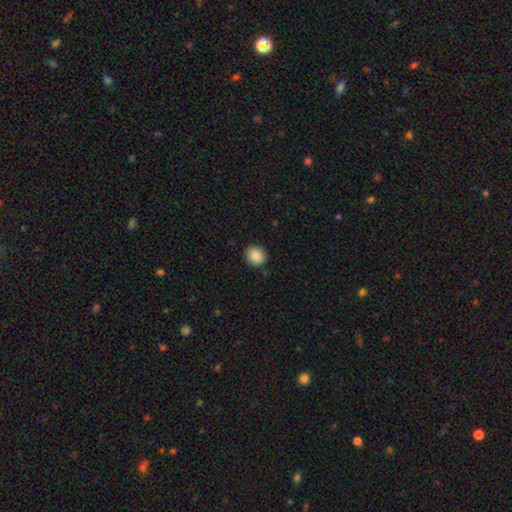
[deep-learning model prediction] smooth-or-featured: smooth: 88% | star or artifact: 8% | featured or disk: 4%
  how-rounded: round: 84% | in between: 15% | cigar-shaped: 1%
  merging: none: 90% | minor disturbance: 7% | major disturbance: 2% | merger: 1%